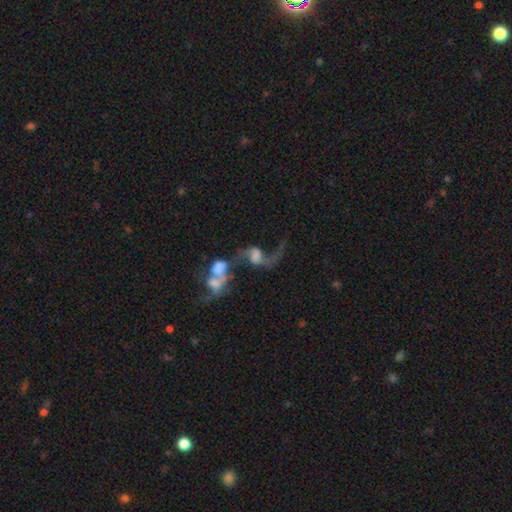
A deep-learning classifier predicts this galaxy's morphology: type=featured or disk (73%); edge-on=no (96%); bar=no (51%); spiral arms=yes (83%); winding=loose (87%); arm count=2 (78%); bulge=none (38%); merging=merger (58%).